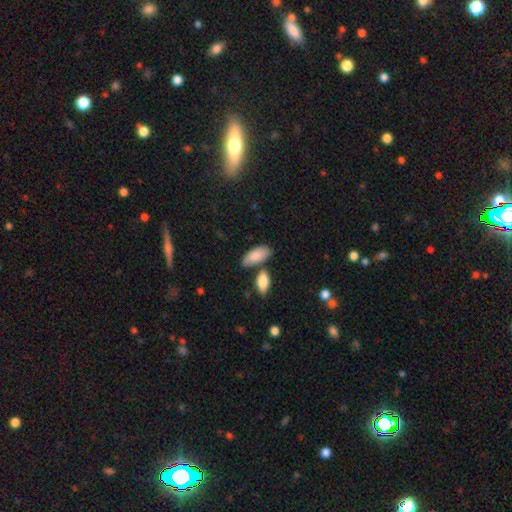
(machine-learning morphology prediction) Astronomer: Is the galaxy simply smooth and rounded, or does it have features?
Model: smooth — 85%.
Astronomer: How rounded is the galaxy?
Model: in between — 89%.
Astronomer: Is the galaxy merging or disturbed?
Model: none — 59%.